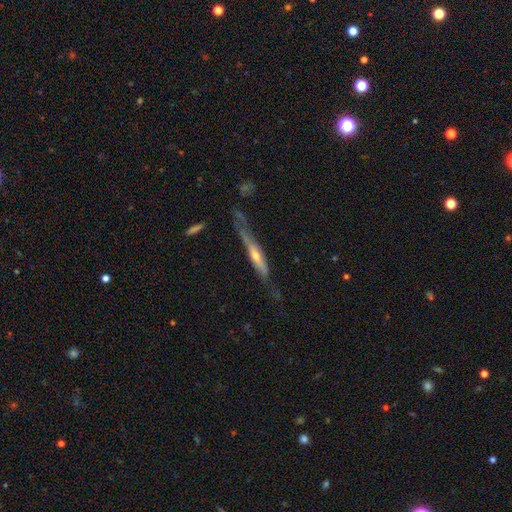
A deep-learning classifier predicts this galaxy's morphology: featured or disk 65%, smooth 29%, star or artifact 6%. Down the decision tree: edge-on disk — yes (83%); edge-on bulge — rounded (69%); merging — none (47%).